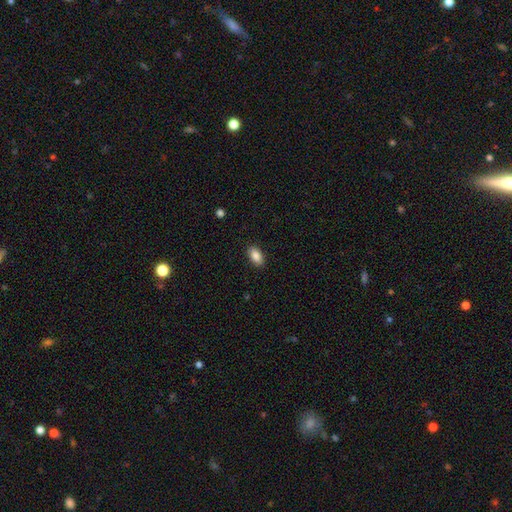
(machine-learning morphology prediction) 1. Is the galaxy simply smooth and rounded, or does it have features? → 87% smooth, 8% star or artifact, 5% featured or disk.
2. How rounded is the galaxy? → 92% in between, 5% round, 3% cigar-shaped.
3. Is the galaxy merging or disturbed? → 89% none, 8% minor disturbance, 2% major disturbance, 1% merger.